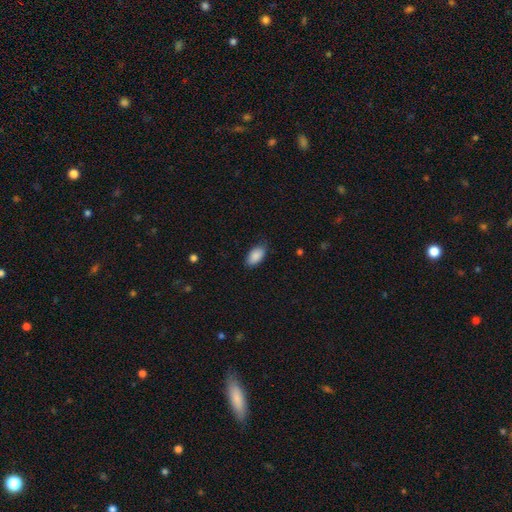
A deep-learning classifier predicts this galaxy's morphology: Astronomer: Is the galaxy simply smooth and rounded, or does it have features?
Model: smooth — 90%.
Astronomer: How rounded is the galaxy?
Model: in between — 94%.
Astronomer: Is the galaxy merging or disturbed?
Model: none — 82%.